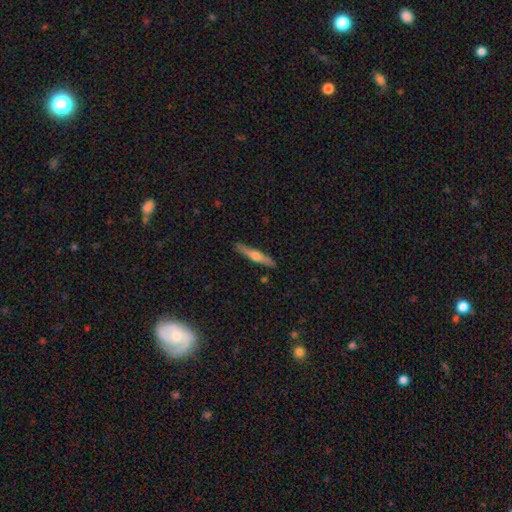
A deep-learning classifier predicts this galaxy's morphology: Q: Smooth or featured?
A: featured or disk (52%); runner-up: smooth (42%)
Q: Edge-on disk?
A: yes (95%); runner-up: no (5%)
Q: Merging?
A: none (89%); runner-up: minor disturbance (8%)